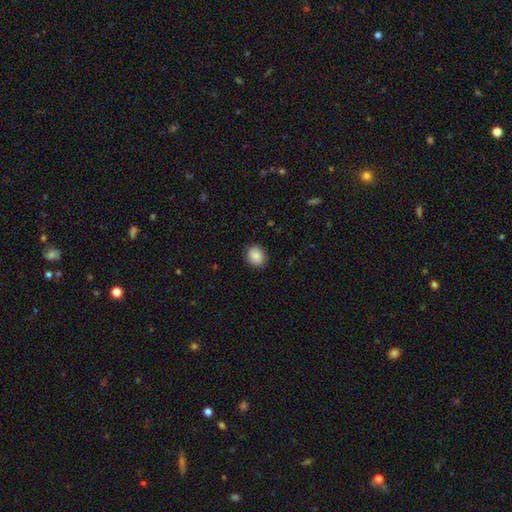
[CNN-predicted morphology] A smooth galaxy with no disk features (89%) that is round (62%).

Vote fractions:
- Smooth or featured? smooth: 89% / star or artifact: 8% / featured or disk: 4%
- How rounded? round: 62% / in between: 38% / cigar-shaped: 1%
- Merging? none: 88% / minor disturbance: 9% / major disturbance: 2% / merger: 1%